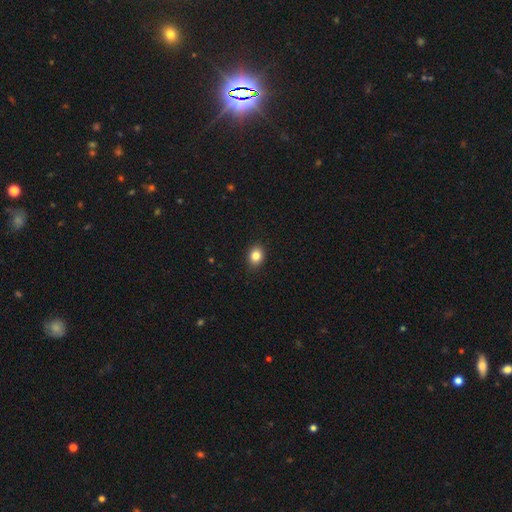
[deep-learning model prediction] smooth-or-featured: smooth: 84% | star or artifact: 10% | featured or disk: 5%
  how-rounded: round: 54% | in between: 45% | cigar-shaped: 1%
  merging: none: 90% | minor disturbance: 7% | major disturbance: 2% | merger: 1%